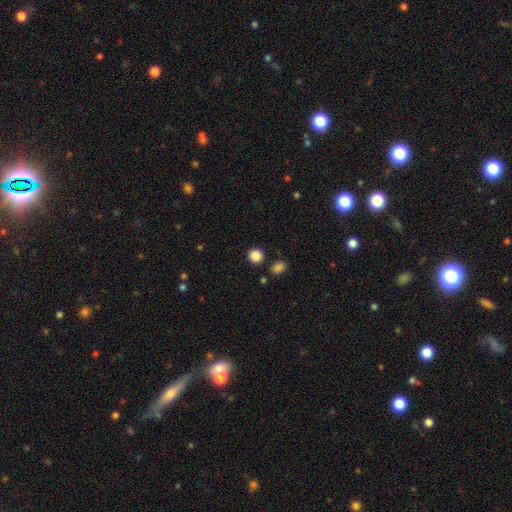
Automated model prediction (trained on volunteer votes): smooth_or_featured: smooth (p=0.87) [alt: star or artifact p=0.10]
how_rounded: round (p=0.89) [alt: in between p=0.10]
merging: none (p=0.87) [alt: minor disturbance p=0.07]